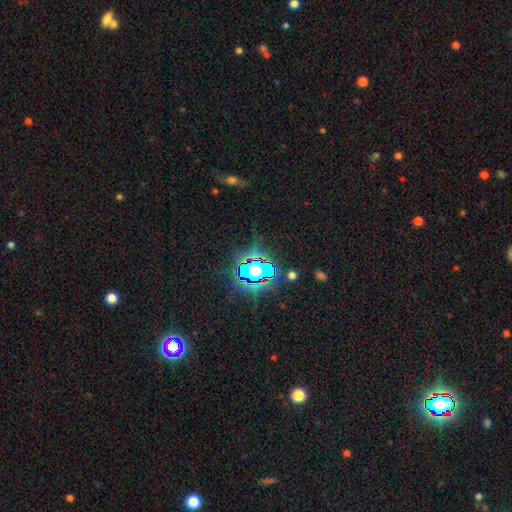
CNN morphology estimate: star or artifact 82%, smooth 10%, featured or disk 8%.